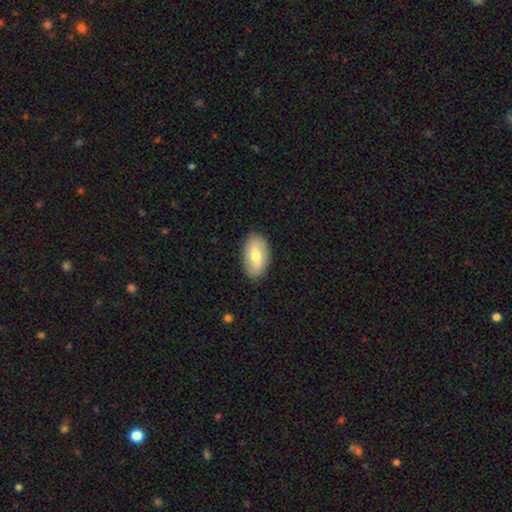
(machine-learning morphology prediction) Overall: smooth (65%; featured or disk 29%). How rounded: in between (93%). Merging: none (88%).